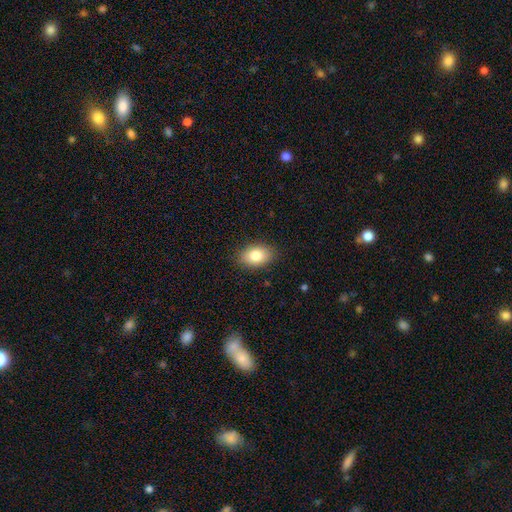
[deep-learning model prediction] The model was most divided on "how rounded": in between: 82%, round: 17%, cigar-shaped: 1%. More confident: merging — none (87%); smooth or featured — smooth (82%).